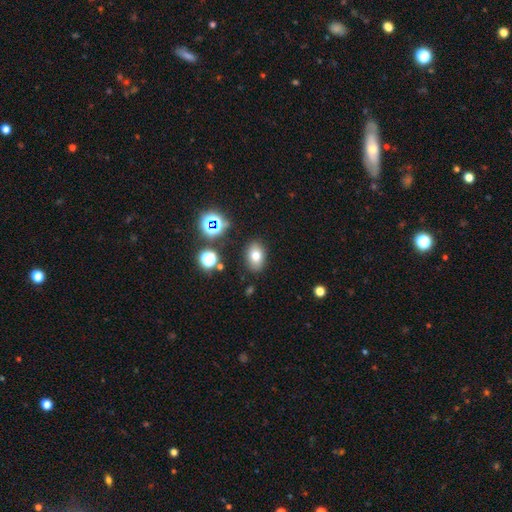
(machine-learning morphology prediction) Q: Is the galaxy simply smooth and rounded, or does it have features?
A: smooth — 74%.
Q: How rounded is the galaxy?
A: in between — 81%.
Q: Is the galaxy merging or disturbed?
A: none — 85%.